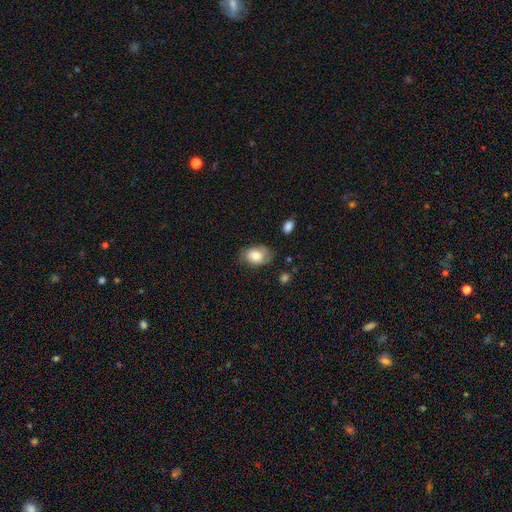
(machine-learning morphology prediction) Overall: smooth (78%). How rounded: in between (78%). Merging: none (66%; minor disturbance 26%).